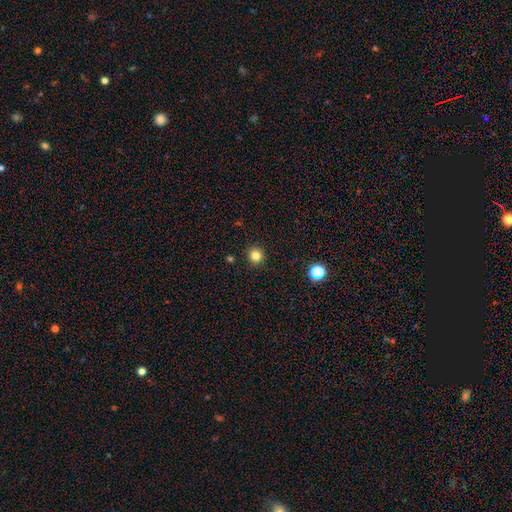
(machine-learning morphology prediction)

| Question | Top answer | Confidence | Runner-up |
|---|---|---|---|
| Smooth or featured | smooth | 82% | star or artifact (13%) |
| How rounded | round | 93% | in between (6%) |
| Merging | none | 92% | minor disturbance (5%) |